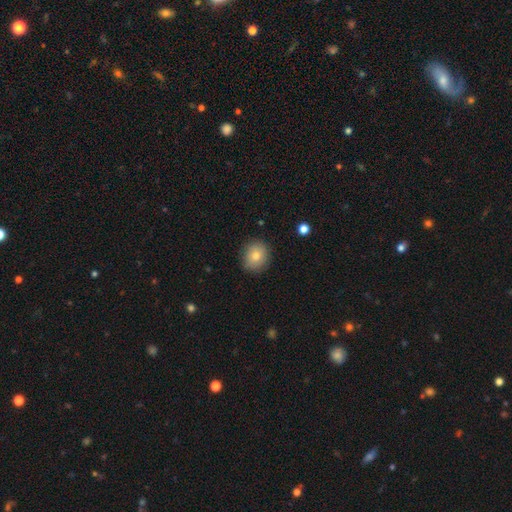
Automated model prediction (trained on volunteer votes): smooth-or-featured: smooth: 79% | featured or disk: 11% | star or artifact: 9%
  how-rounded: round: 73% | in between: 26% | cigar-shaped: 1%
  merging: none: 87% | minor disturbance: 9% | major disturbance: 2% | merger: 1%